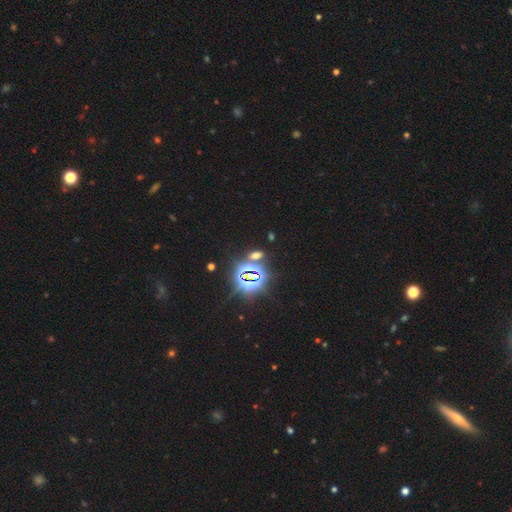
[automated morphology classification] Smooth or featured?
  - star or artifact: 59% *
  - smooth: 32%
  - featured or disk: 9%